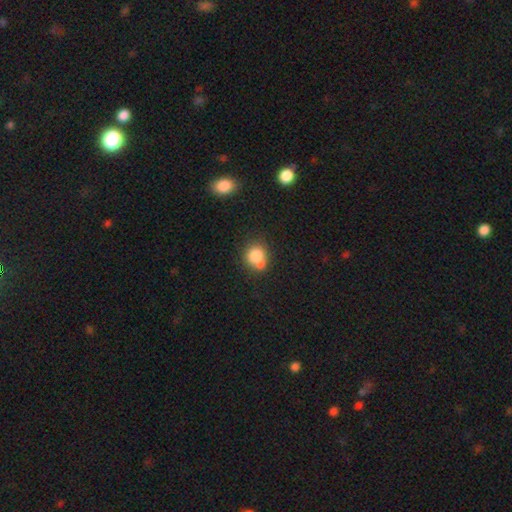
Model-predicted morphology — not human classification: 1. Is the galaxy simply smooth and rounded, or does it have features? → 79% smooth, 11% featured or disk, 10% star or artifact.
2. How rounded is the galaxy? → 73% round, 26% in between, 1% cigar-shaped.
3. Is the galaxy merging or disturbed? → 44% none, 37% merger, 14% minor disturbance, 5% major disturbance.